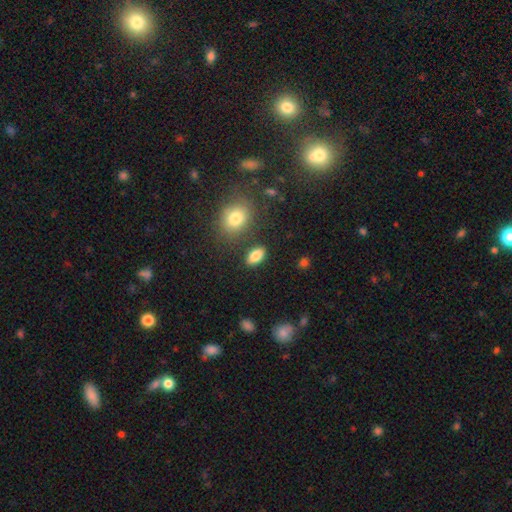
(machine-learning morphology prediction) Smooth or featured?
  - smooth: 84% *
  - star or artifact: 8%
  - featured or disk: 7%
How rounded?
  - in between: 90% *
  - round: 6%
  - cigar-shaped: 4%
Merging?
  - none: 84% *
  - minor disturbance: 9%
  - merger: 4%
  - major disturbance: 3%